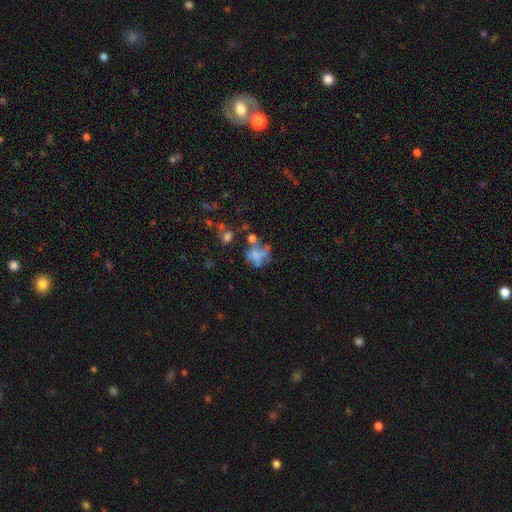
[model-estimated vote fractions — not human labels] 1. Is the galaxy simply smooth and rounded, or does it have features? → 44% smooth, 39% featured or disk, 17% star or artifact.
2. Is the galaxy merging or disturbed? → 34% none, 25% major disturbance, 22% merger, 18% minor disturbance.